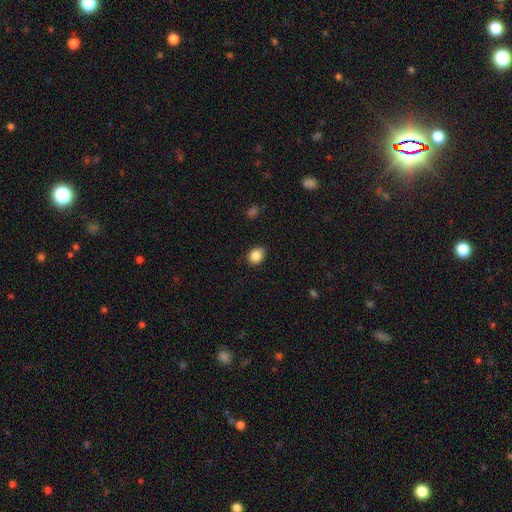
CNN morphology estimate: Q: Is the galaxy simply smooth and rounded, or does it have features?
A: smooth — 85%.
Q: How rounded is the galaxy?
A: round — 57%.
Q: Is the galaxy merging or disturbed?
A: none — 77%.